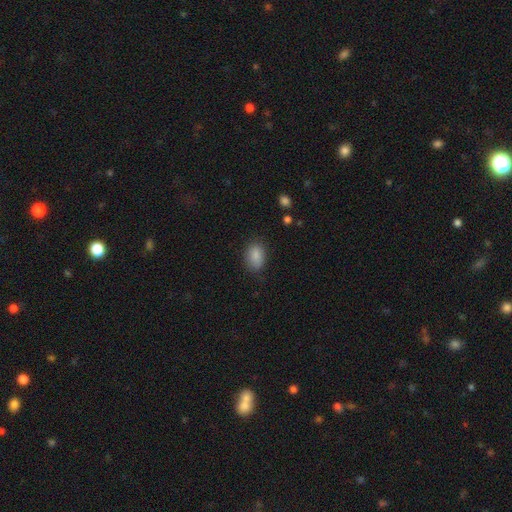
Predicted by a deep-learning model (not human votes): smooth 86%, star or artifact 8%, featured or disk 5%. Down the decision tree: how rounded — in between (85%); merging — none (80%).